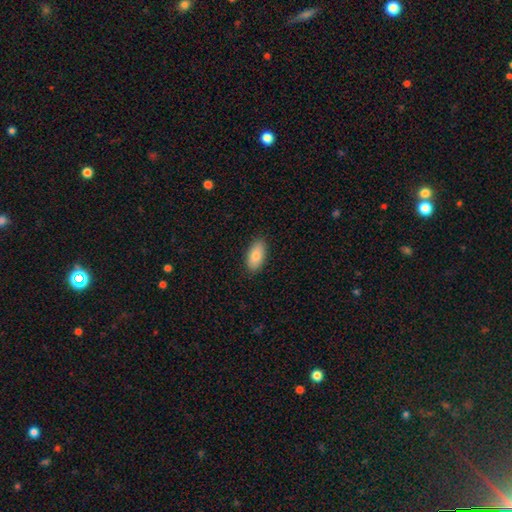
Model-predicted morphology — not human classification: This is clearly a smooth galaxy (85%). How rounded: clearly in between (92%). Merging: clearly none (89%).